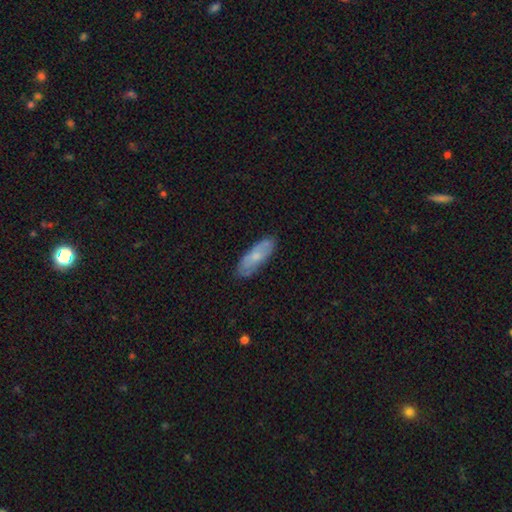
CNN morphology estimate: Q: Smooth or featured?
A: smooth (59%); runner-up: featured or disk (34%)
Q: How rounded?
A: in between (59%); runner-up: cigar-shaped (39%)
Q: Merging?
A: none (81%); runner-up: minor disturbance (14%)